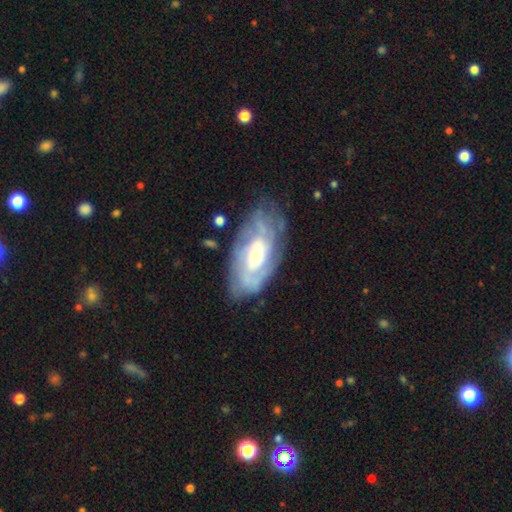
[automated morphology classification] Smooth or featured: featured or disk — 80% (smooth — 14%)
Edge-on disk: no — 94% (yes — 6%)
Bar: no — 57% (weak — 33%)
Spiral arms: yes — 89% (no — 11%)
Spiral winding: tight — 60% (medium — 31%)
Spiral arm count: can't tell — 45% (2 — 26%)
Bulge size: moderate — 49% (small — 34%)
Merging: none — 68% (minor disturbance — 20%)